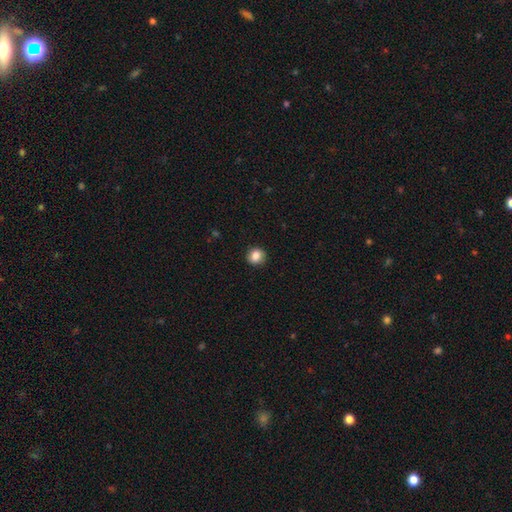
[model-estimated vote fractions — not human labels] Overall: smooth (86%). How rounded: round (85%). Merging: none (89%).